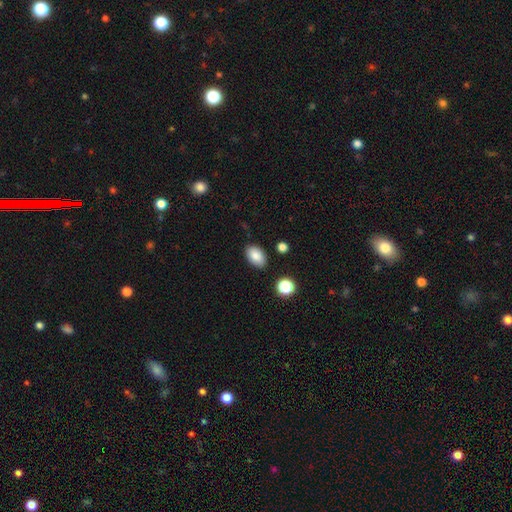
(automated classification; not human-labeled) Smooth or featured? smooth (86%)
How rounded? in between (90%)
Merging? none (84%)